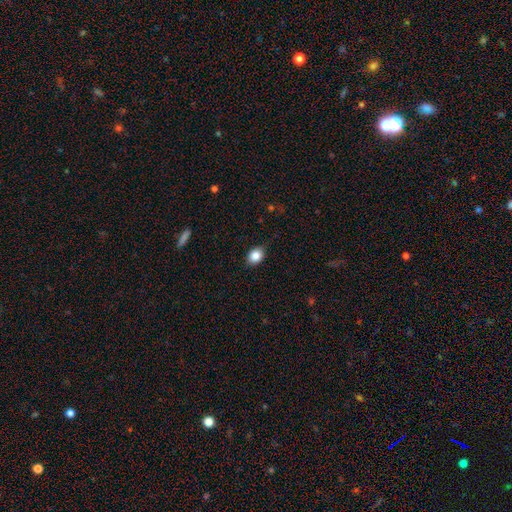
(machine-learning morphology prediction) This is clearly a smooth galaxy (84%). How rounded: likely in between (64%). Merging: clearly none (83%).